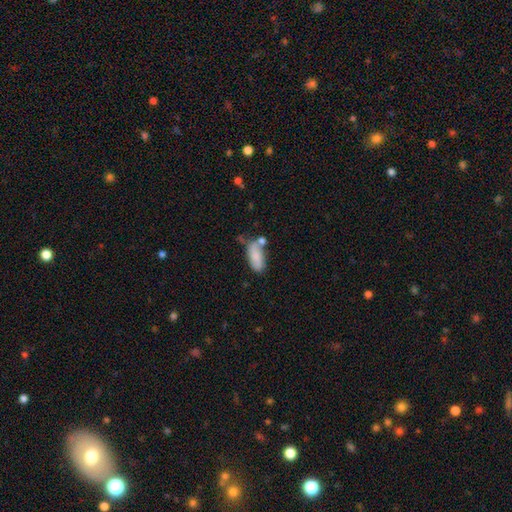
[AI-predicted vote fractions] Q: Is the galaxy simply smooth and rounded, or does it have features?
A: smooth — 78%.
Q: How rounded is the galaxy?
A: in between — 82%.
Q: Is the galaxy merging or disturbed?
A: none — 48%.